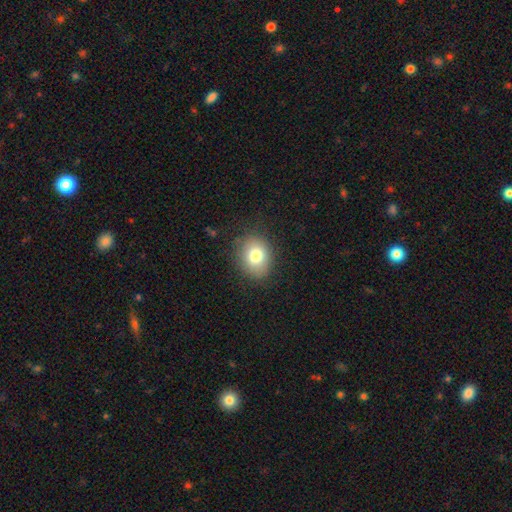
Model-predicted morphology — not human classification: type=smooth (78%); roundness=round (56%); merging=none (82%).